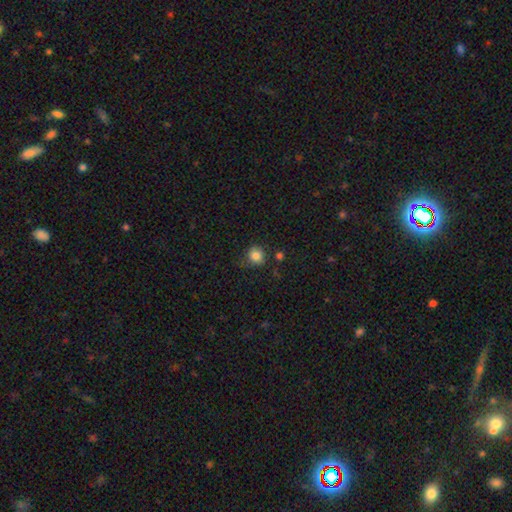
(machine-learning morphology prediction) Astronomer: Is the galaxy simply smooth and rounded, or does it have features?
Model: smooth — 84%.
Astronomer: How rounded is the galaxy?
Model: round — 87%.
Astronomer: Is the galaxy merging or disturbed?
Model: none — 75%.